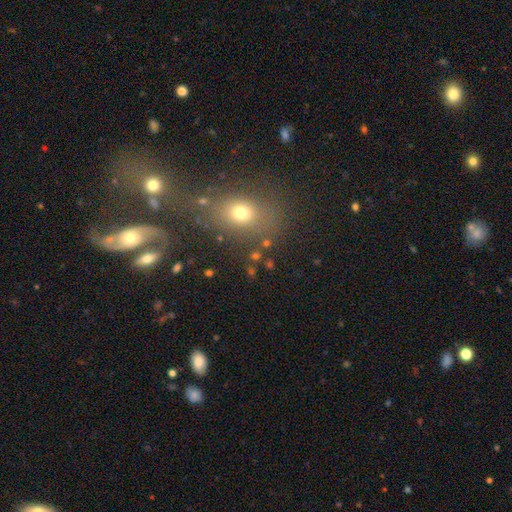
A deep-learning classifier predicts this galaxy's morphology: smooth-or-featured: smooth: 57% | star or artifact: 27% | featured or disk: 16%
  how-rounded: in between: 54% | round: 43% | cigar-shaped: 3%
  merging: none: 69% | minor disturbance: 12% | merger: 11% | major disturbance: 7%